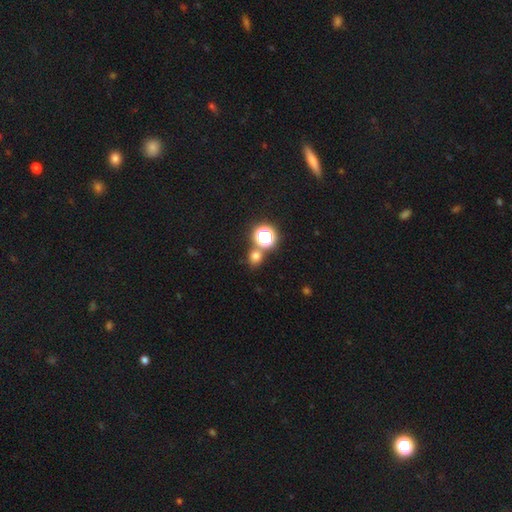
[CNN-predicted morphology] A smooth galaxy with no disk features (69%) that is round (77%).

Vote fractions:
- Smooth or featured? smooth: 69% / star or artifact: 25% / featured or disk: 6%
- How rounded? round: 77% / in between: 21% / cigar-shaped: 1%
- Merging? none: 71% / merger: 17% / minor disturbance: 8% / major disturbance: 3%